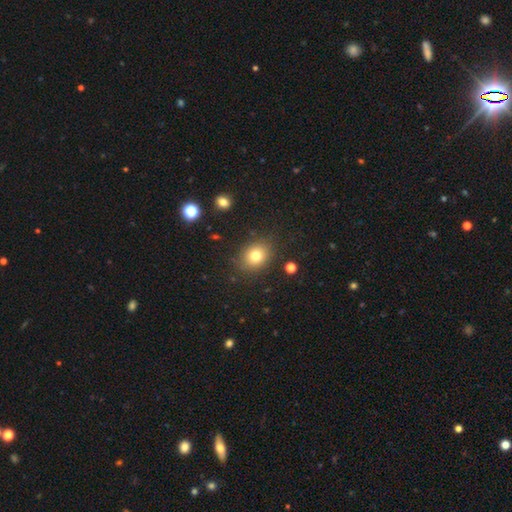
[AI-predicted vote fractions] Morphology: type=smooth (78%); roundness=round (59%); merging=none (85%).